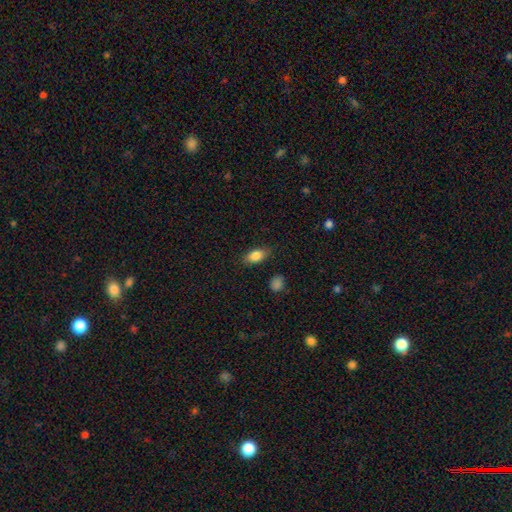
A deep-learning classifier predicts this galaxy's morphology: This is clearly a smooth galaxy (84%). How rounded: clearly in between (88%). Merging: clearly none (82%).